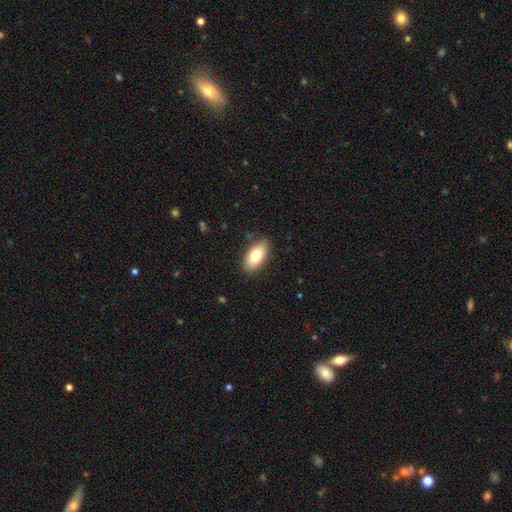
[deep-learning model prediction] This is likely a smooth galaxy (79%). How rounded: clearly in between (91%). Merging: clearly none (87%).